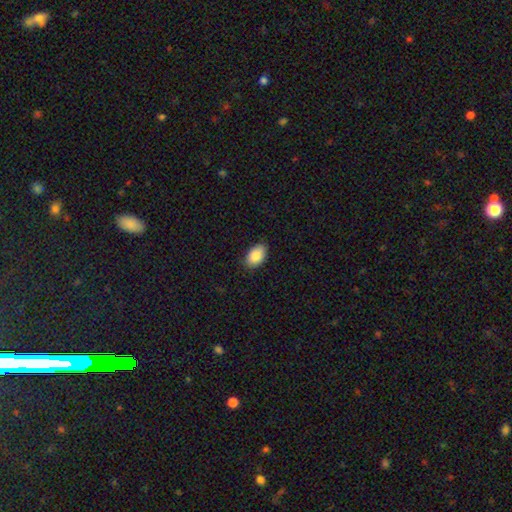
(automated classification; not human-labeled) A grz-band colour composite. It shows a smooth galaxy with no disk features (88%) that is in between round and cigar-shaped (92%). Merging: none (85%).